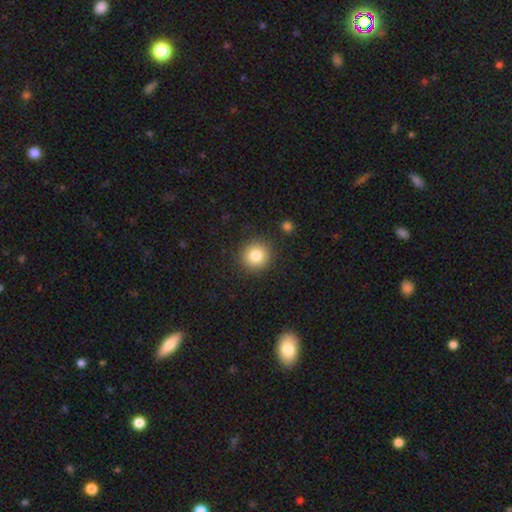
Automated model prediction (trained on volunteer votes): smooth_or_featured: smooth (p=0.82) [alt: star or artifact p=0.10]
how_rounded: round (p=0.92) [alt: in between p=0.07]
merging: none (p=0.90) [alt: minor disturbance p=0.06]